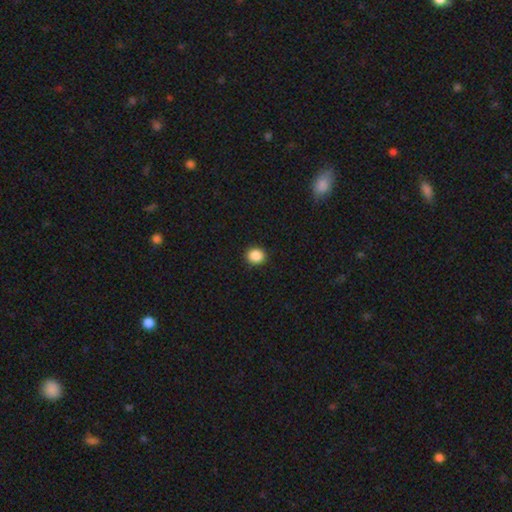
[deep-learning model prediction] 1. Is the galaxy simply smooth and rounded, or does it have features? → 88% smooth, 9% star or artifact, 3% featured or disk.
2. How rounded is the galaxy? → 78% round, 21% in between, 1% cigar-shaped.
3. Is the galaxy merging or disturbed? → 92% none, 5% minor disturbance, 2% major disturbance, 1% merger.